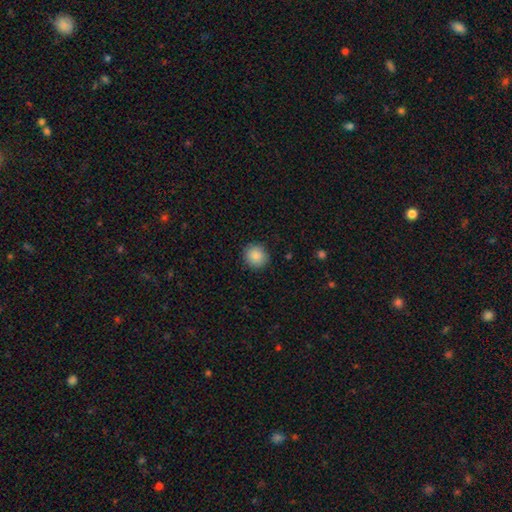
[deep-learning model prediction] Overall: smooth (87%). How rounded: round (90%). Merging: none (90%).